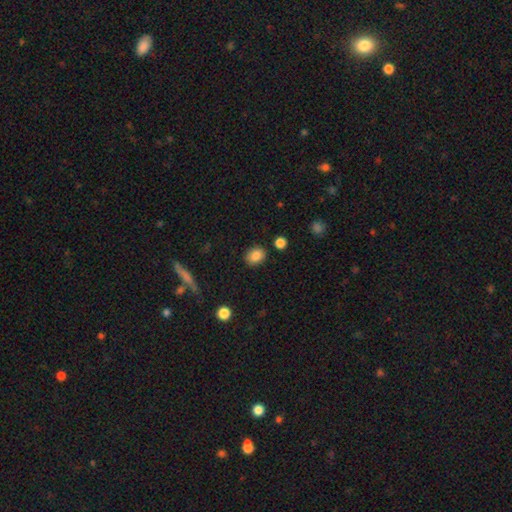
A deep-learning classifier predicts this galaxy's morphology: Overall: smooth (85%). How rounded: in between (54%; round 45%). Merging: none (86%).